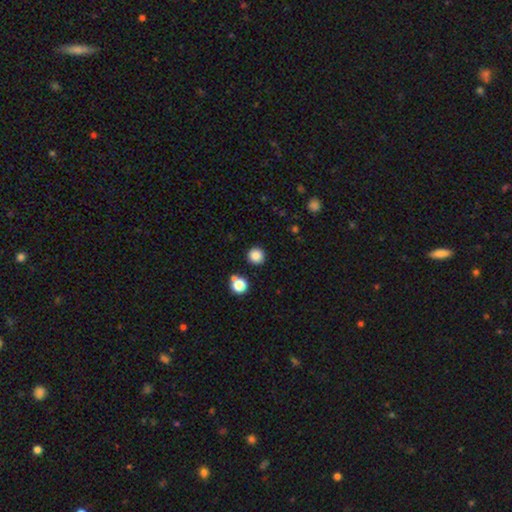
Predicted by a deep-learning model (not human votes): smooth 84%, star or artifact 12%, featured or disk 4%. Down the decision tree: how rounded — round (95%); merging — none (88%).